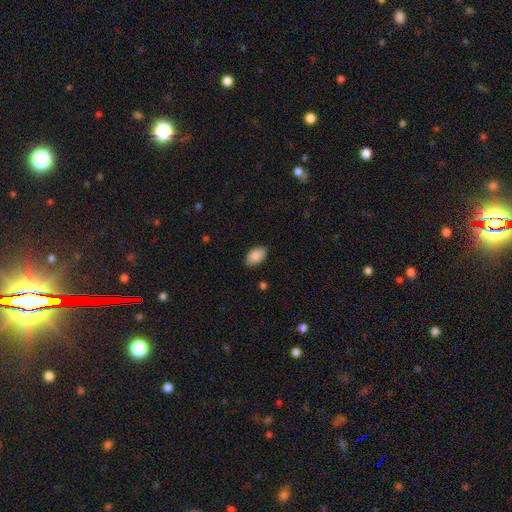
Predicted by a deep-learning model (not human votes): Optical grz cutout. It shows a smooth galaxy with no disk features (90%) that is in between round and cigar-shaped (92%). Merging: none (87%).